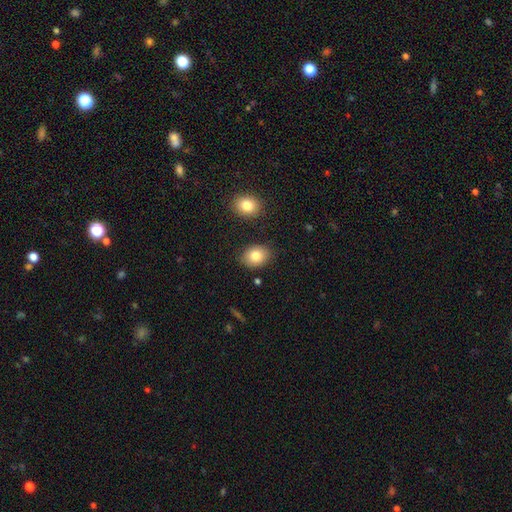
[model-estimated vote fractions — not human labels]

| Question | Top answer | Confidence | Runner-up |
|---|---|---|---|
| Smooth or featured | smooth | 82% | featured or disk (9%) |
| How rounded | in between | 62% | round (37%) |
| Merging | none | 85% | minor disturbance (10%) |